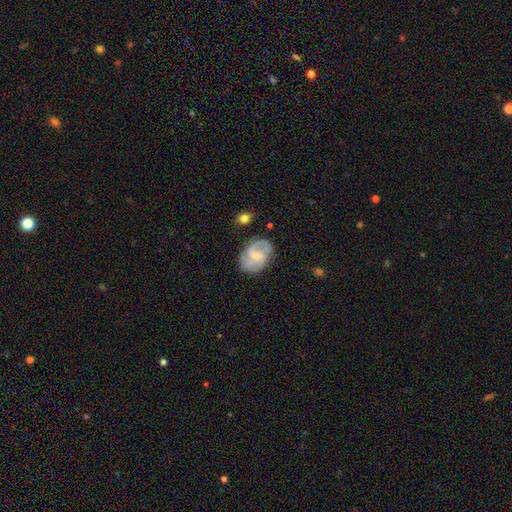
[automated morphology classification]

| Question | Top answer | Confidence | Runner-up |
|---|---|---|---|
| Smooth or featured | featured or disk | 79% | smooth (15%) |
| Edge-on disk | no | 98% | yes (2%) |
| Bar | weak | 46% | no (45%) |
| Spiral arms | yes | 94% | no (6%) |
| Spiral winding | medium | 52% | tight (32%) |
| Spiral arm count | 2 | 57% | 3 (21%) |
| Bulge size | small | 53% | moderate (26%) |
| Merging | none | 72% | minor disturbance (18%) |